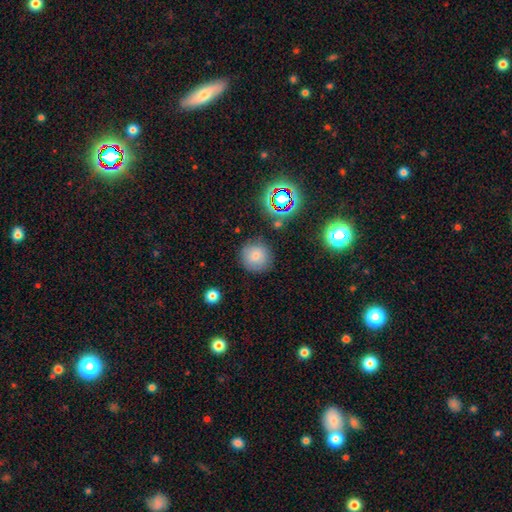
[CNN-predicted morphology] Smooth or featured: smooth — 77% (star or artifact — 13%)
How rounded: round — 93% (in between — 6%)
Merging: none — 85% (minor disturbance — 9%)